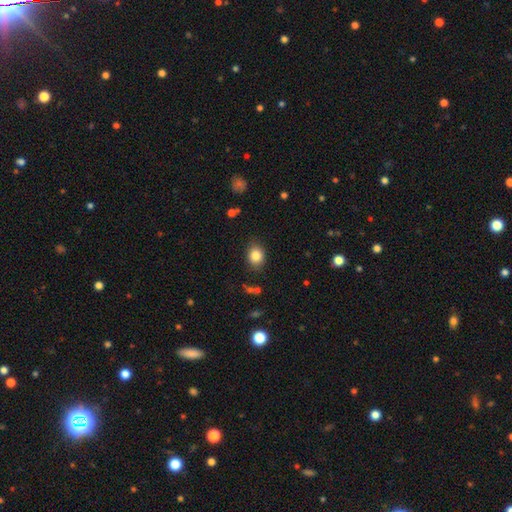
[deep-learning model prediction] This is clearly a smooth galaxy (84%). How rounded: possibly round (53%). Merging: clearly none (84%).